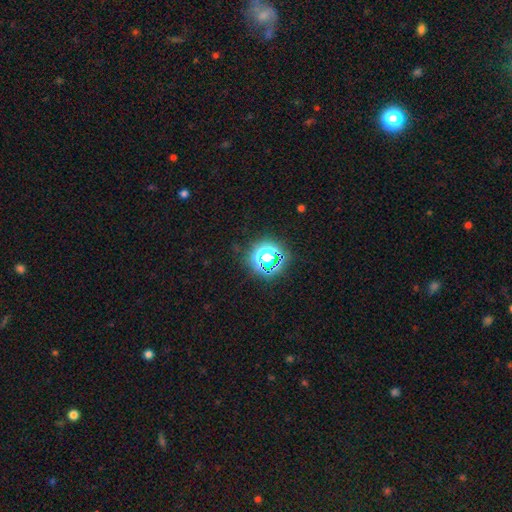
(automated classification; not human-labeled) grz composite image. It shows a star or artifact, not a galaxy (75%).